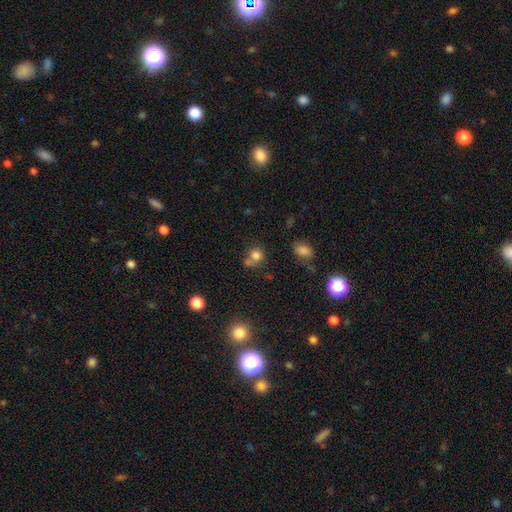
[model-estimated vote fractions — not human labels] Smooth or featured?
  - smooth: 77% *
  - star or artifact: 14%
  - featured or disk: 10%
How rounded?
  - round: 79% *
  - in between: 20%
  - cigar-shaped: 1%
Merging?
  - none: 48% *
  - merger: 35%
  - minor disturbance: 12%
  - major disturbance: 5%